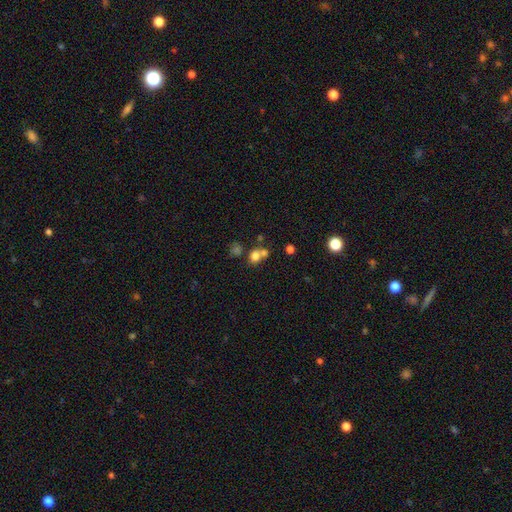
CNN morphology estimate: Smooth or featured: smooth — 73% (star or artifact — 15%)
How rounded: round — 71% (in between — 27%)
Merging: merger — 47% (none — 40%)